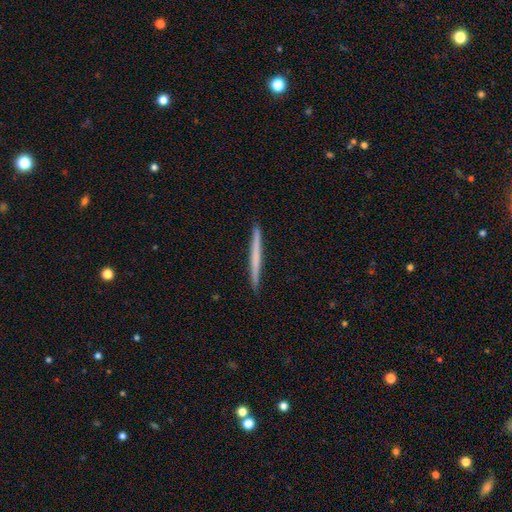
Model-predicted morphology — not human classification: A smooth galaxy with no disk features (54%) that is cigar-shaped (97%).

Vote fractions:
- Smooth or featured? smooth: 54% / featured or disk: 41% / star or artifact: 5%
- How rounded? cigar-shaped: 97% / in between: 1% / round: 1%
- Merging? none: 92% / minor disturbance: 5% / major disturbance: 1% / merger: 1%